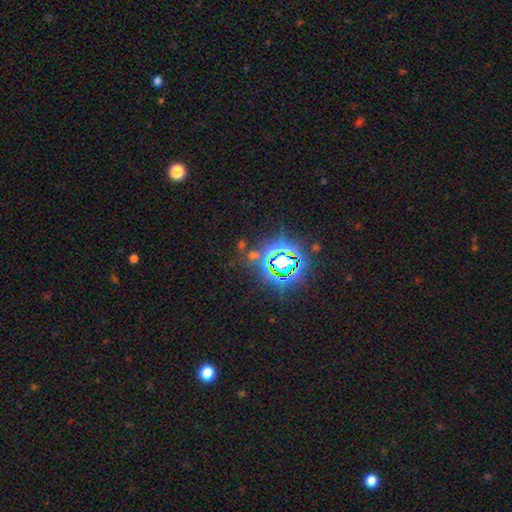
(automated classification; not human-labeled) smooth_or_featured: star or artifact (p=0.79) [alt: smooth p=0.13]